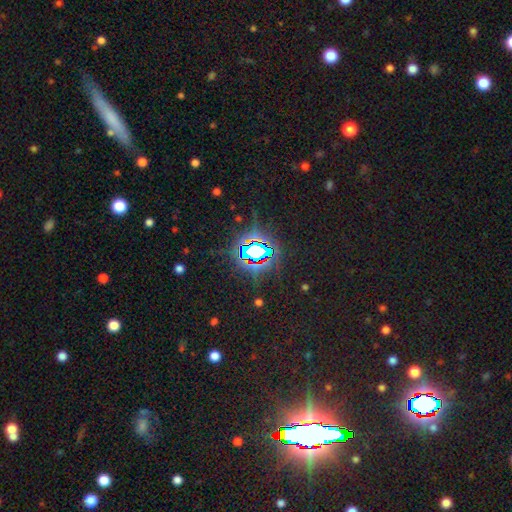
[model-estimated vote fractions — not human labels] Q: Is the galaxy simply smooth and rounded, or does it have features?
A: star or artifact — 78%.